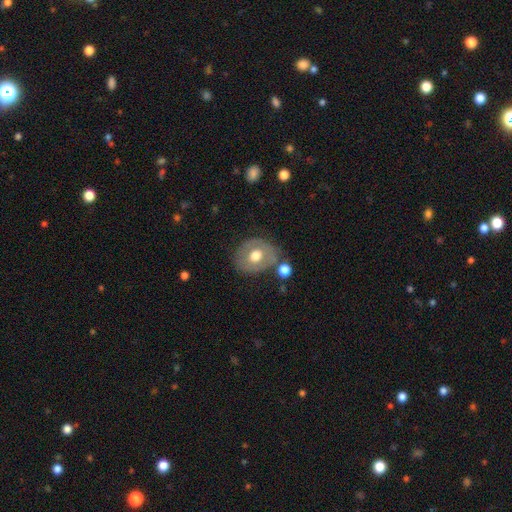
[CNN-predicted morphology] A smooth galaxy with no disk features (50%). Merging: none (67%).